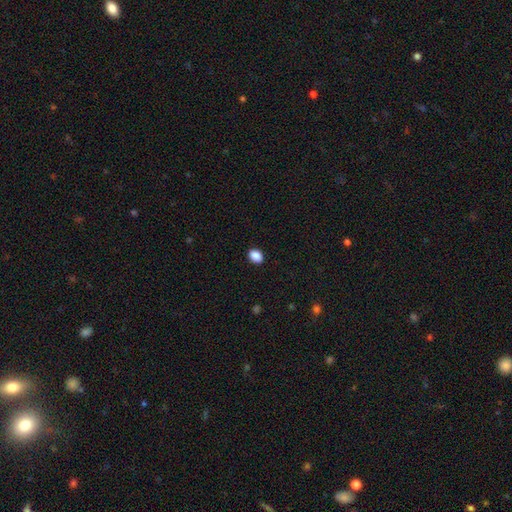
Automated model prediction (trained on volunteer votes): Smooth or featured? Predicted: smooth (p=0.89). How rounded? Predicted: in between (p=0.71). Merging? Predicted: none (p=0.90).